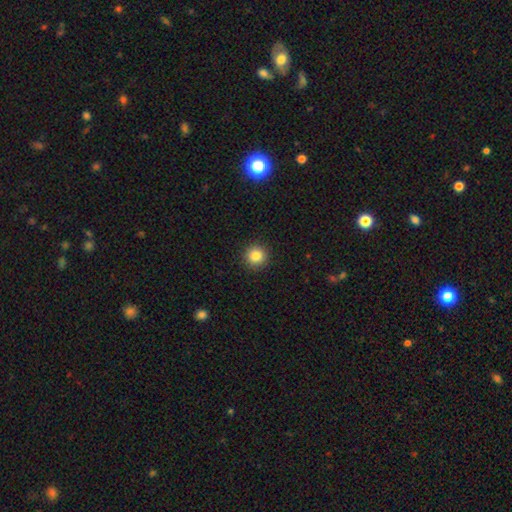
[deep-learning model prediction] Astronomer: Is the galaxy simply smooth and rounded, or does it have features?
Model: smooth — 84%.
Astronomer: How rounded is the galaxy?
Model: round — 95%.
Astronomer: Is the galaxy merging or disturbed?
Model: none — 92%.